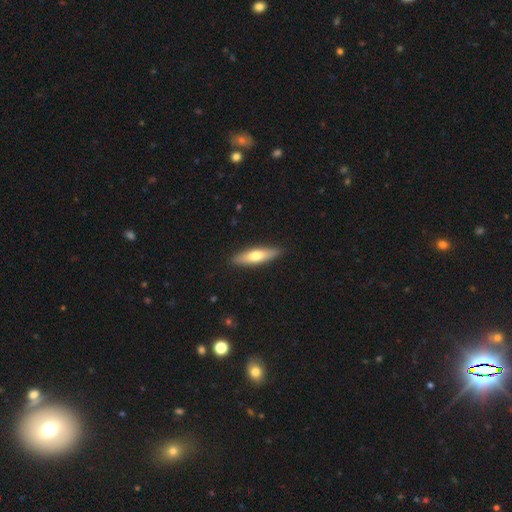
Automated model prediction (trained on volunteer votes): This is likely a smooth galaxy (62%). How rounded: likely cigar-shaped (64%). Merging: clearly none (89%).